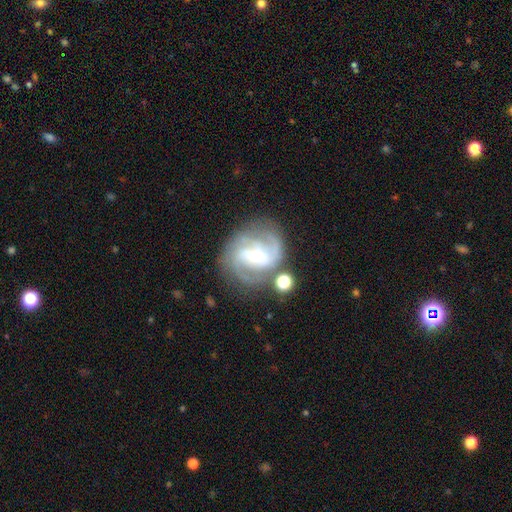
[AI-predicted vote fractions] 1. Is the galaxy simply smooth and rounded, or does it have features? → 88% featured or disk, 6% smooth, 6% star or artifact.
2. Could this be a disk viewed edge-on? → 98% no, 2% yes.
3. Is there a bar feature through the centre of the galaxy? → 42% weak, 39% no, 20% strong.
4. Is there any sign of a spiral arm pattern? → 97% yes, 3% no.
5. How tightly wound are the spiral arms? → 49% medium, 38% tight, 13% loose.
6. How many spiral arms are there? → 37% 3, 34% 2, 11% can't tell, 9% 4, 4% 1, 4% more than 4.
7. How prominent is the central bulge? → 58% small, 38% moderate, 2% large, 1% none, 1% dominant.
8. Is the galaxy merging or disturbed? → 72% none, 15% minor disturbance, 7% major disturbance, 6% merger.